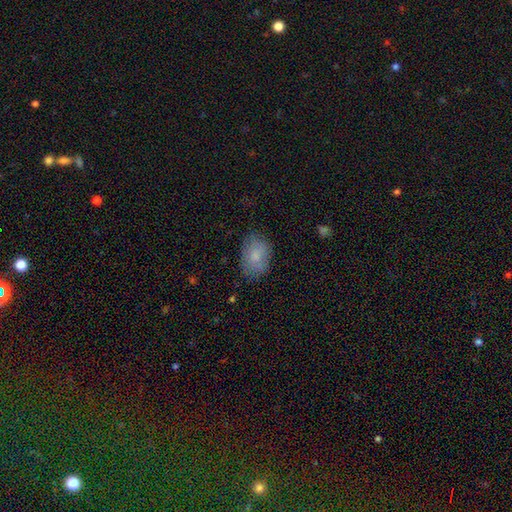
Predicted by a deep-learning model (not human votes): Smooth or featured? Predicted: smooth (p=0.77). How rounded? Predicted: in between (p=0.81). Merging? Predicted: none (p=0.74).